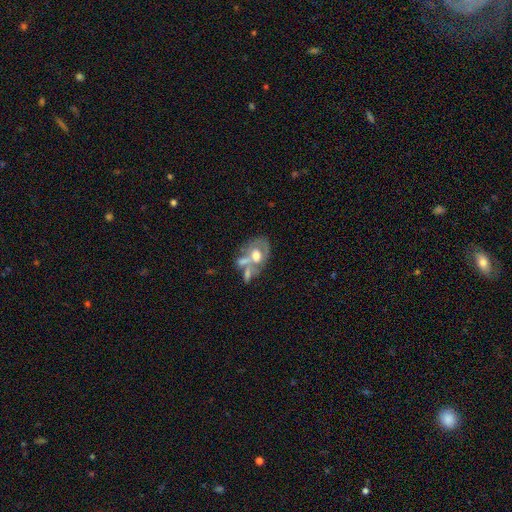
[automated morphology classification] Overall: featured or disk (61%; smooth 30%). Edge-on disk: no (95%). Bar: no (76%). Spiral arms: no (67%; yes 33%). Bulge size: moderate (61%; large 24%). Merging: merger (48%; none 25%).